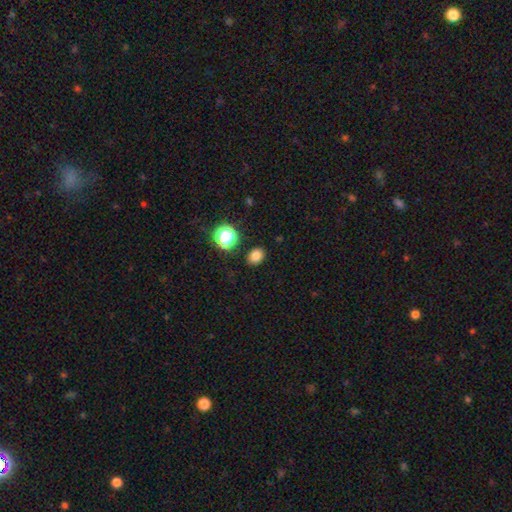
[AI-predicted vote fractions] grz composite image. It shows a smooth galaxy with no disk features (79%) that is in between round and cigar-shaped (57%). Merging: none (87%).